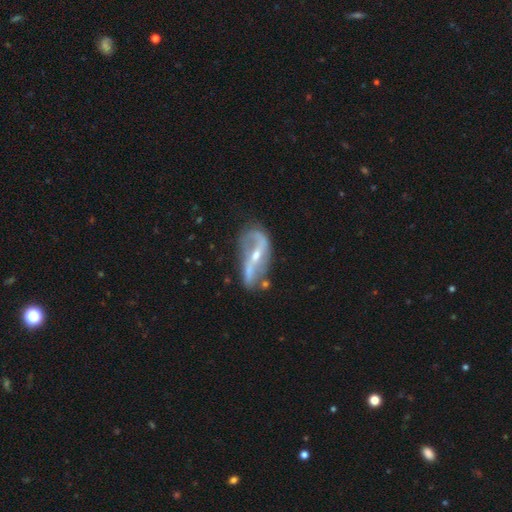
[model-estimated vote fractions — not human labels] Smooth or featured? featured or disk (86%)
Edge-on disk? no (88%)
Bar? strong (58%)
Spiral arms? yes (85%)
Spiral winding? loose (67%)
Spiral arm count? 2 (85%)
Bulge size? small (56%)
Merging? none (59%)